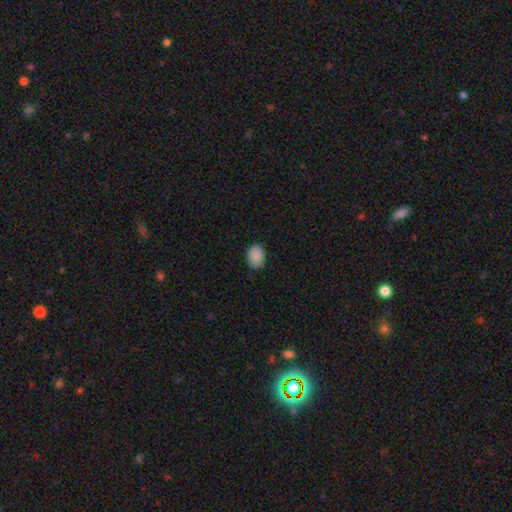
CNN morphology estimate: Overall: smooth (88%). How rounded: in between (64%; round 35%). Merging: none (82%).